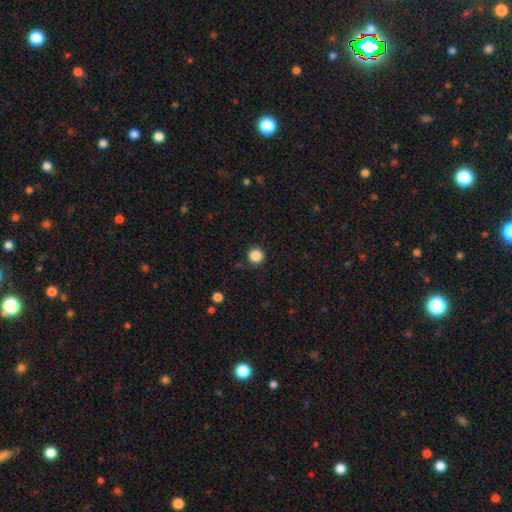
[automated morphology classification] Smooth or featured? Predicted: smooth (p=0.86). How rounded? Predicted: round (p=0.96). Merging? Predicted: none (p=0.91).